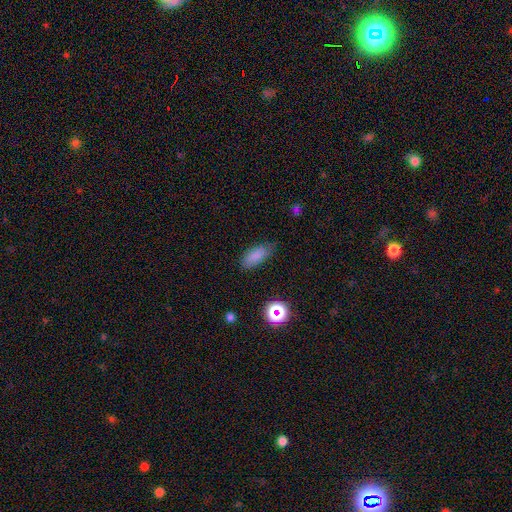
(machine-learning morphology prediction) Smooth or featured? smooth (80%)
How rounded? in between (84%)
Merging? none (71%)